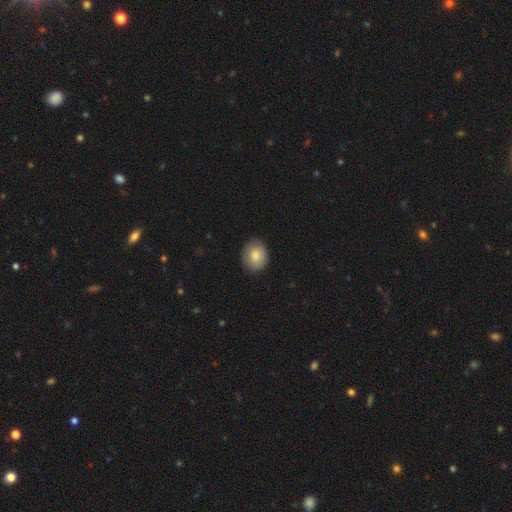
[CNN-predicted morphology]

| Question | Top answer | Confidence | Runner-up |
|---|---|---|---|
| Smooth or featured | smooth | 84% | featured or disk (9%) |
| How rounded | round | 58% | in between (41%) |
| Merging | none | 86% | minor disturbance (11%) |